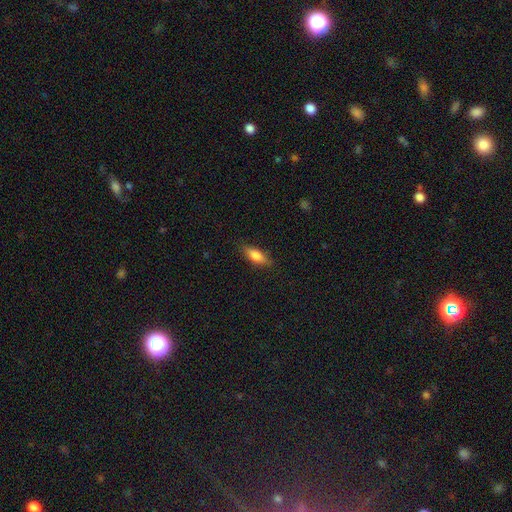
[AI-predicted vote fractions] This is likely a smooth galaxy (78%). How rounded: likely in between (69%). Merging: clearly none (82%).